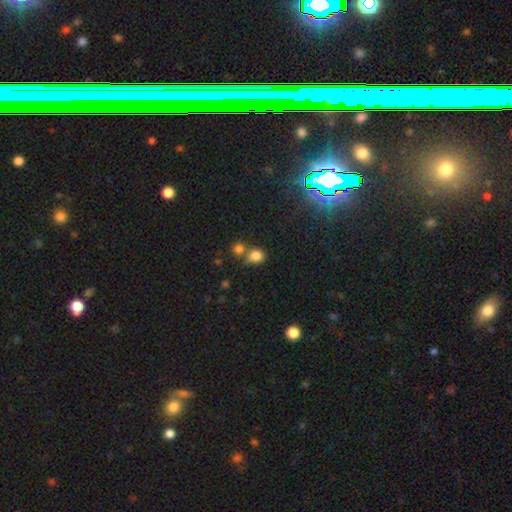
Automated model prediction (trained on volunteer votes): Q: Smooth or featured?
A: smooth (81%); runner-up: star or artifact (12%)
Q: How rounded?
A: round (70%); runner-up: in between (29%)
Q: Merging?
A: none (52%); runner-up: merger (32%)